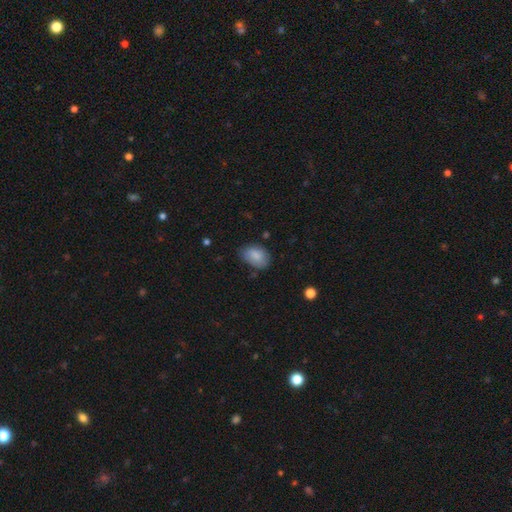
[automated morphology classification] Smooth or featured?
  - smooth: 84% *
  - featured or disk: 9%
  - star or artifact: 7%
How rounded?
  - in between: 86% *
  - round: 13%
  - cigar-shaped: 1%
Merging?
  - none: 66% *
  - minor disturbance: 26%
  - major disturbance: 5%
  - merger: 2%